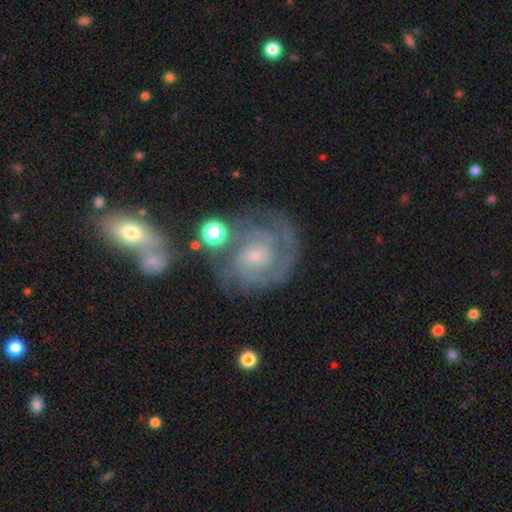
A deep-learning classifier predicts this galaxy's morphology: Smooth or featured: featured or disk — 84% (smooth — 9%)
Edge-on disk: no — 98% (yes — 2%)
Bar: no — 60% (weak — 33%)
Spiral arms: yes — 95% (no — 5%)
Spiral winding: tight — 65% (medium — 29%)
Spiral arm count: 2 — 42% (can't tell — 24%)
Bulge size: small — 64% (moderate — 25%)
Merging: none — 66% (minor disturbance — 17%)